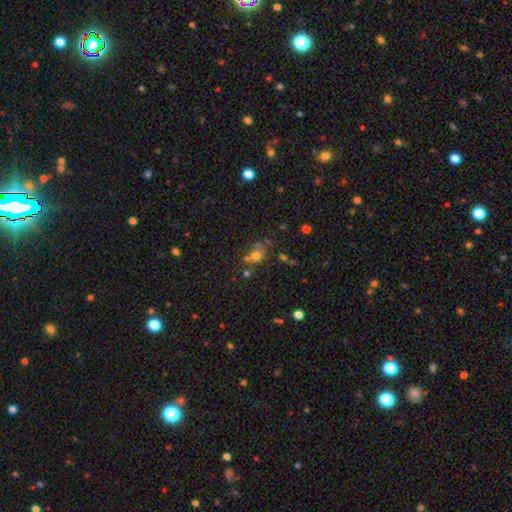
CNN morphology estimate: type=smooth (60%); roundness=round (72%); merging=none (46%).